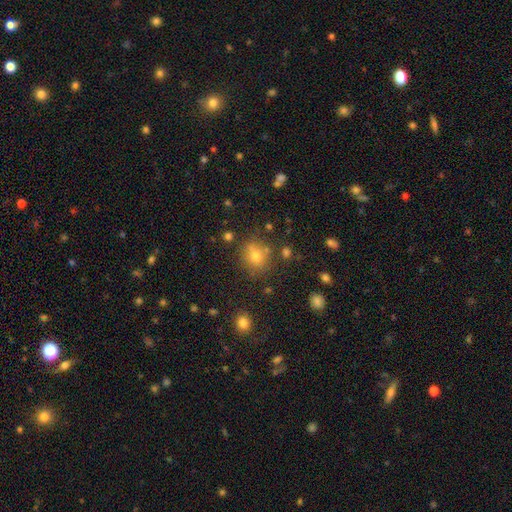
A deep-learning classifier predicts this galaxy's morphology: Q: Smooth or featured?
A: smooth (69%); runner-up: star or artifact (20%)
Q: How rounded?
A: round (77%); runner-up: in between (22%)
Q: Merging?
A: none (76%); runner-up: minor disturbance (12%)